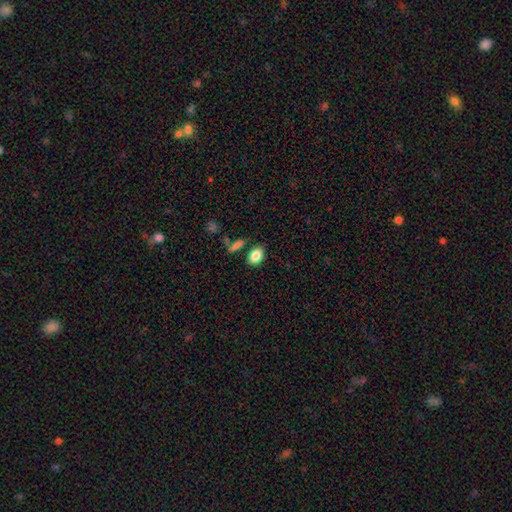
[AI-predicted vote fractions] A smooth galaxy with no disk features (85%) that is in between round and cigar-shaped (82%).

Vote fractions:
- Smooth or featured? smooth: 85% / star or artifact: 8% / featured or disk: 6%
- How rounded? in between: 82% / round: 17% / cigar-shaped: 2%
- Merging? none: 79% / minor disturbance: 11% / merger: 7% / major disturbance: 3%